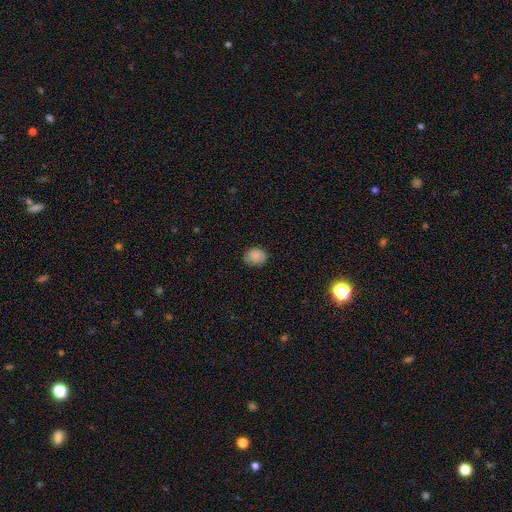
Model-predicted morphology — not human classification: Smooth or featured?
  - smooth: 87% *
  - star or artifact: 9%
  - featured or disk: 4%
How rounded?
  - in between: 53% *
  - round: 46%
  - cigar-shaped: 1%
Merging?
  - none: 81% *
  - minor disturbance: 15%
  - major disturbance: 3%
  - merger: 1%